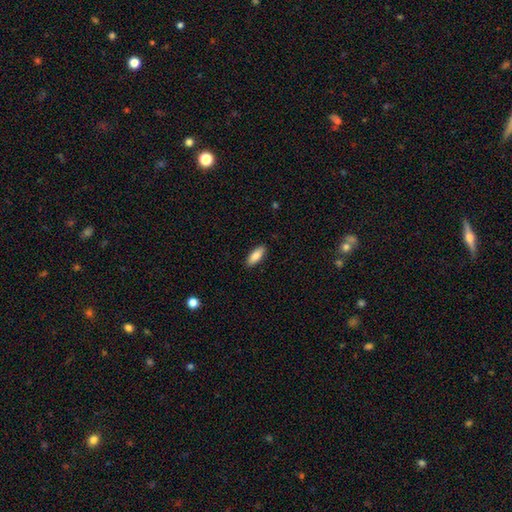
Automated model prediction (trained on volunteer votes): Smooth or featured: smooth — 86% (featured or disk — 8%)
How rounded: in between — 74% (cigar-shaped — 24%)
Merging: none — 89% (minor disturbance — 8%)